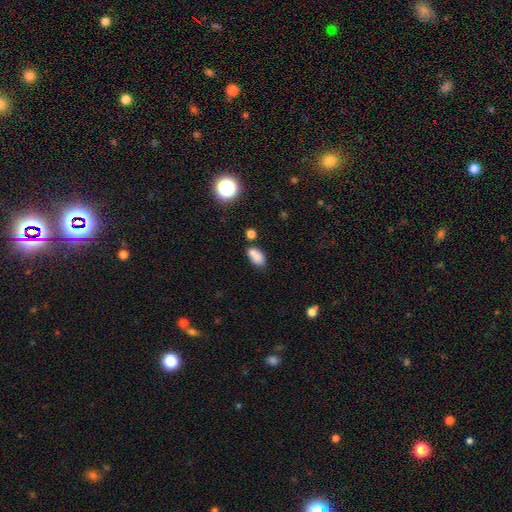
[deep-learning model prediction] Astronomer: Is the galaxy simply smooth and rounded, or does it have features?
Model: smooth — 74%.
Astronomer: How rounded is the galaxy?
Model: in between — 80%.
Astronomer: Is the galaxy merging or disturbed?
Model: merger — 42% (runner-up: none, 40%).